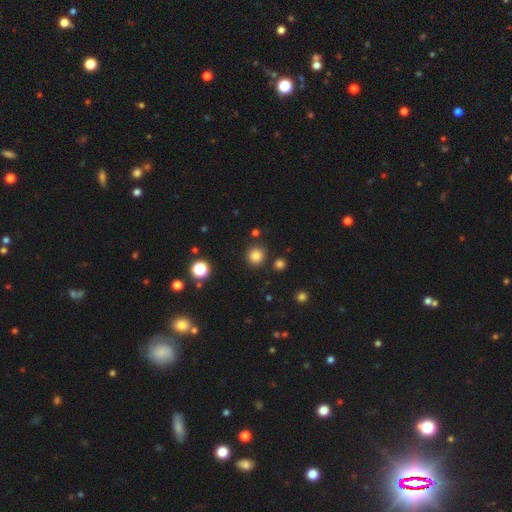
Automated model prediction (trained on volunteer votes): Smooth or featured: smooth — 83% (star or artifact — 13%)
How rounded: round — 92% (in between — 7%)
Merging: none — 87% (minor disturbance — 7%)